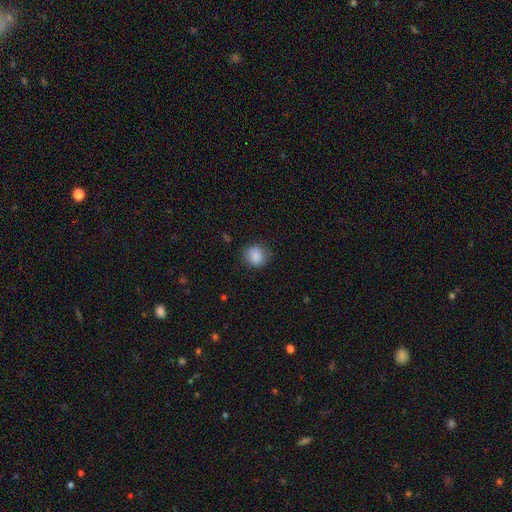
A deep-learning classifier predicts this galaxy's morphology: Smooth or featured? Predicted: smooth (p=0.87). How rounded? Predicted: round (p=0.79). Merging? Predicted: none (p=0.78).